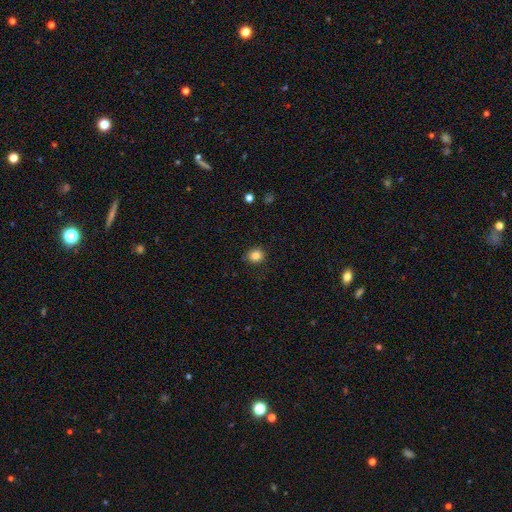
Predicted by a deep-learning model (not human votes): Overall: smooth (84%). How rounded: round (86%). Merging: none (88%).